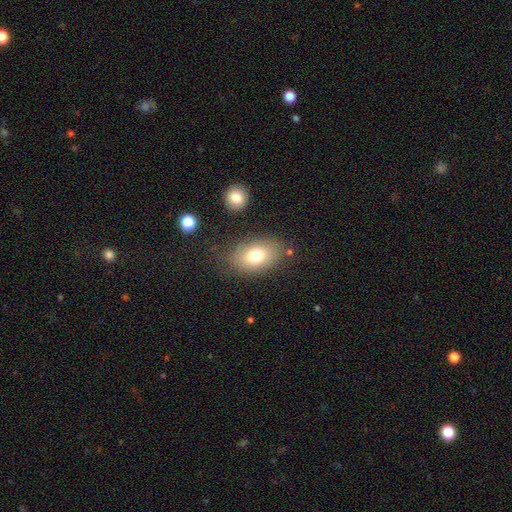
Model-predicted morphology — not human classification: Smooth or featured: smooth — 75% (featured or disk — 15%)
How rounded: in between — 83% (round — 15%)
Merging: none — 76% (minor disturbance — 15%)